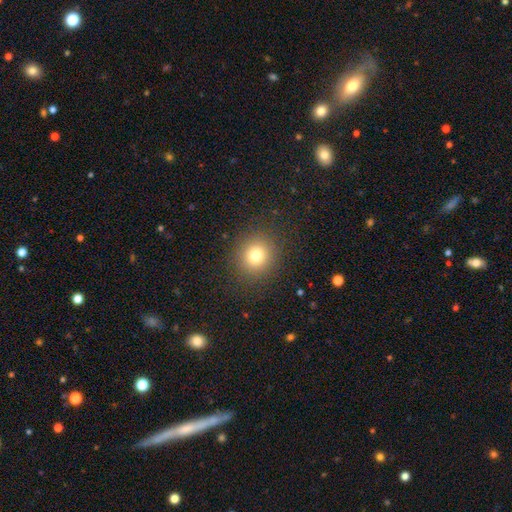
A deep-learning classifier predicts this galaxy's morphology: Smooth or featured? Predicted: smooth (p=0.78). How rounded? Predicted: round (p=0.86). Merging? Predicted: none (p=0.89).